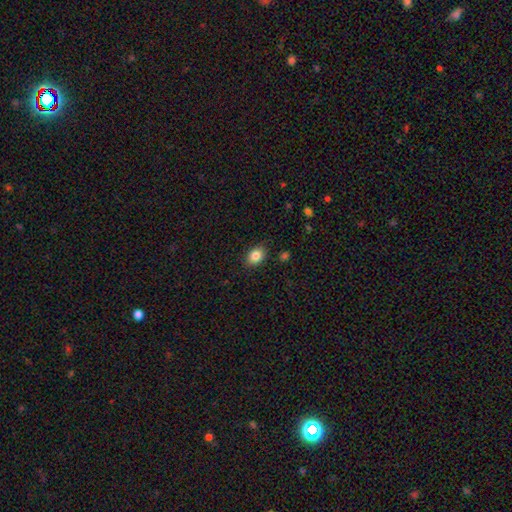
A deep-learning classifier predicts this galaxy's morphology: type=smooth (85%); roundness=in between (73%); merging=none (86%).